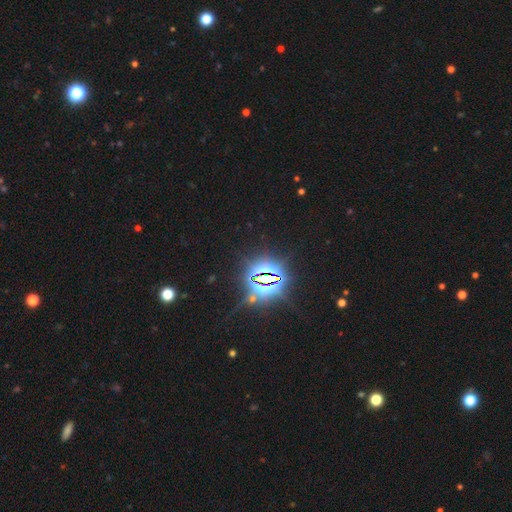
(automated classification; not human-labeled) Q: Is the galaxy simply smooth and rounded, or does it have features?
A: star or artifact — 87%.